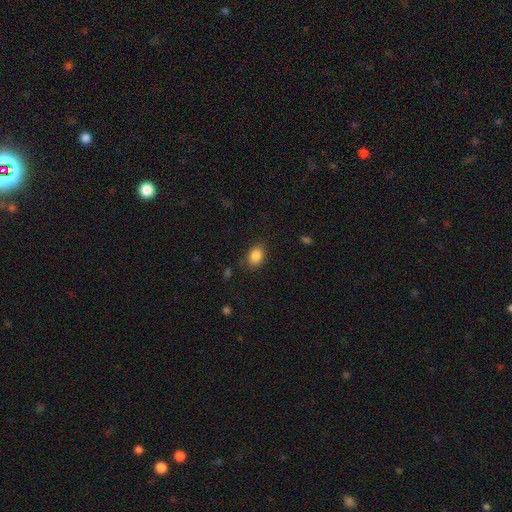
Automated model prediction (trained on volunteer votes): Overall: smooth (86%). How rounded: in between (69%; round 30%). Merging: none (79%).